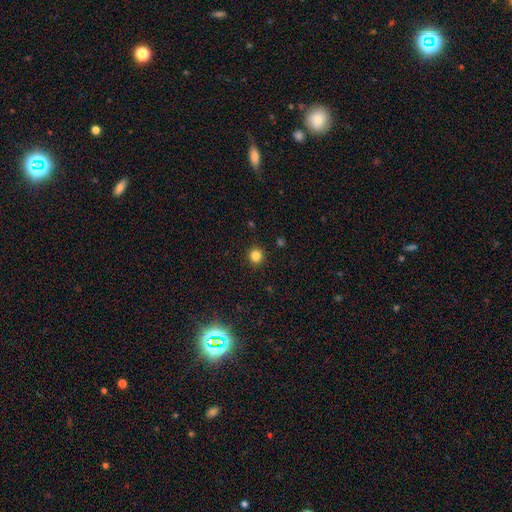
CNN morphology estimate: This appears to be a smooth galaxy with no disk features (83%) that is round (92%). Merging: none (92%).